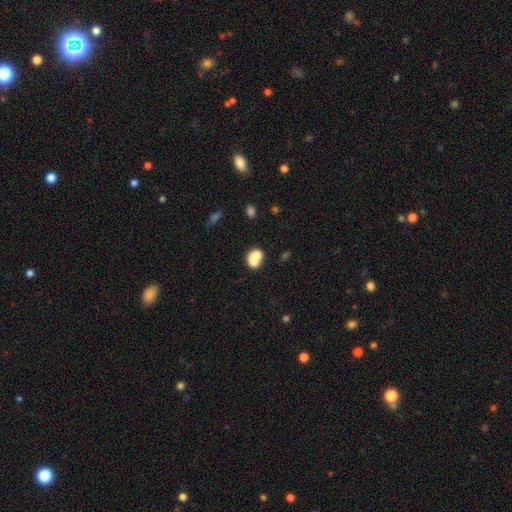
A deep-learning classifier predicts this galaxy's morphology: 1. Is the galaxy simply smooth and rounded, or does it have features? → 68% smooth, 23% featured or disk, 9% star or artifact.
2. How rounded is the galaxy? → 54% round, 45% in between, 1% cigar-shaped.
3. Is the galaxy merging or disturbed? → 64% merger, 24% none, 8% minor disturbance, 5% major disturbance.